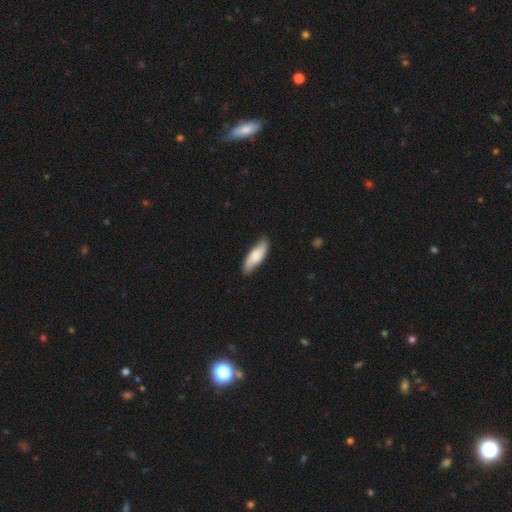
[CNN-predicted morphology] Smooth or featured: smooth — 73% (featured or disk — 21%)
How rounded: in between — 58% (cigar-shaped — 41%)
Merging: none — 83% (minor disturbance — 14%)